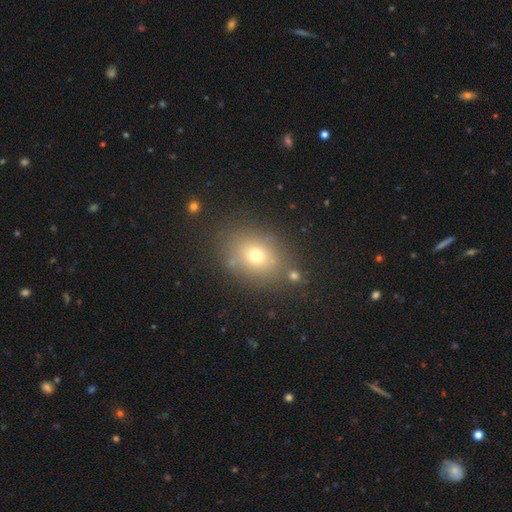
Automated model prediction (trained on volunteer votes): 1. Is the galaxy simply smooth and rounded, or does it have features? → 68% smooth, 18% star or artifact, 14% featured or disk.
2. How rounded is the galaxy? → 50% in between, 49% round, 1% cigar-shaped.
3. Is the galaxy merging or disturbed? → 78% none, 11% minor disturbance, 6% merger, 4% major disturbance.